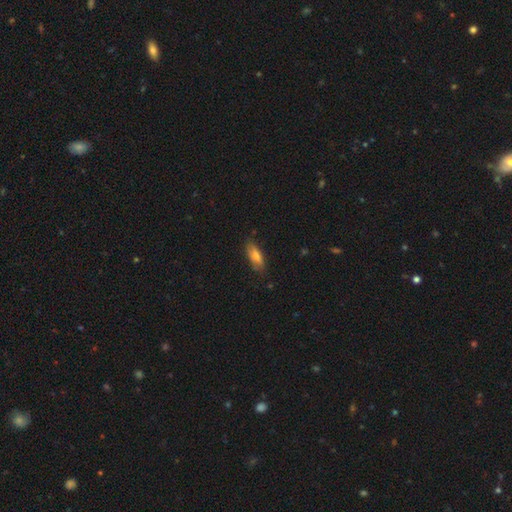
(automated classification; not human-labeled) smooth-or-featured: smooth: 72% | featured or disk: 21% | star or artifact: 7%
  how-rounded: in between: 66% | cigar-shaped: 32% | round: 2%
  merging: none: 78% | minor disturbance: 17% | major disturbance: 3% | merger: 1%